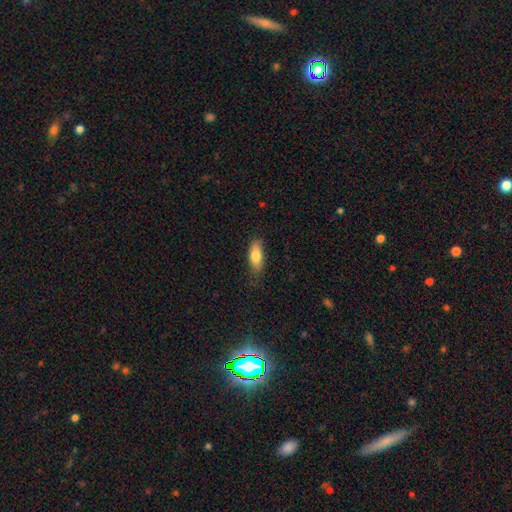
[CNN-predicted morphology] smooth 80%, featured or disk 14%, star or artifact 7%. Down the decision tree: how rounded — in between (76%); merging — none (72%).